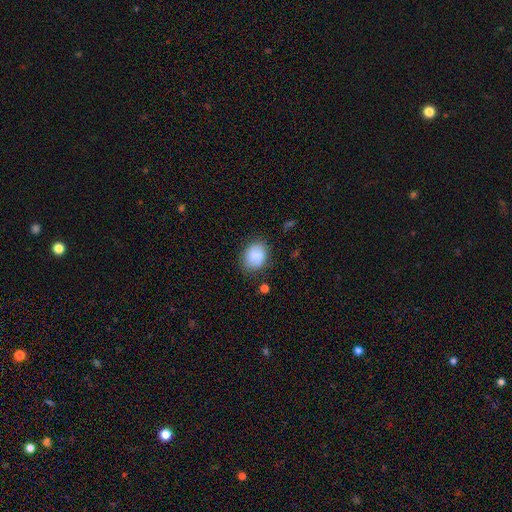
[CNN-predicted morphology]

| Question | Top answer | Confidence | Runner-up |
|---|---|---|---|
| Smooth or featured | smooth | 81% | featured or disk (11%) |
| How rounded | round | 51% | in between (48%) |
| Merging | none | 77% | minor disturbance (16%) |